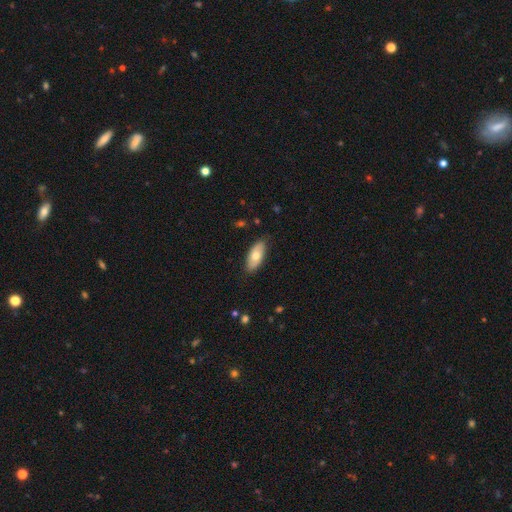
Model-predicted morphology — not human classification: smooth-or-featured: smooth: 68% | featured or disk: 26% | star or artifact: 6%
  how-rounded: in between: 88% | cigar-shaped: 10% | round: 2%
  merging: none: 84% | minor disturbance: 13% | major disturbance: 2% | merger: 1%